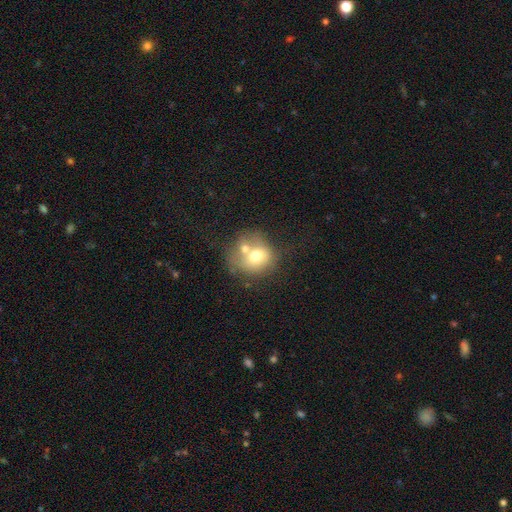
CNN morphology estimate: Smooth or featured?
  - smooth: 65% *
  - featured or disk: 25%
  - star or artifact: 10%
How rounded?
  - round: 75% *
  - in between: 24%
  - cigar-shaped: 1%
Merging?
  - merger: 49% *
  - none: 32%
  - minor disturbance: 12%
  - major disturbance: 7%